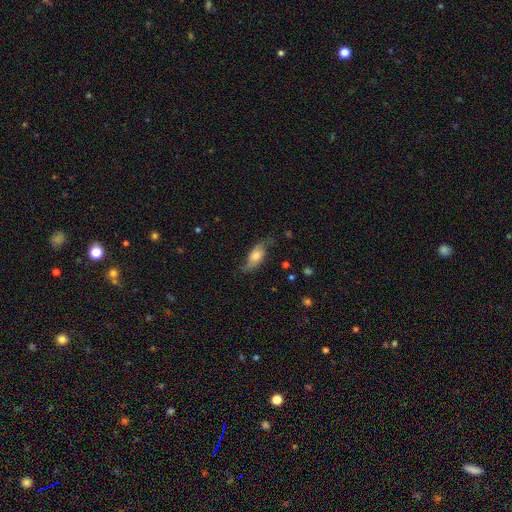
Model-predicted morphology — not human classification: Overall: featured or disk (51%; smooth 41%). Edge-on disk: no (75%). Merging: none (64%; minor disturbance 24%).